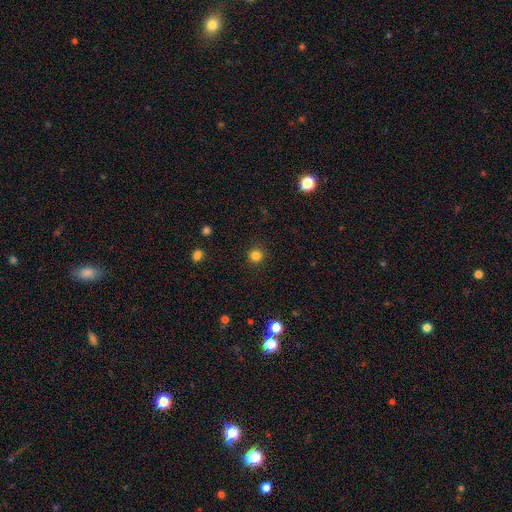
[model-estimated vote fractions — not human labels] smooth 82%, star or artifact 13%, featured or disk 4%. Down the decision tree: how rounded — round (95%); merging — none (91%).